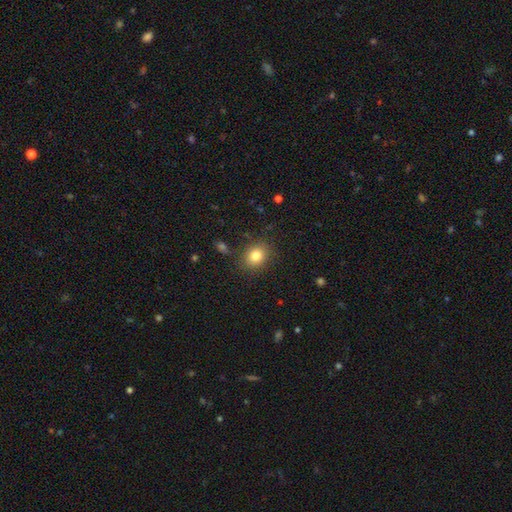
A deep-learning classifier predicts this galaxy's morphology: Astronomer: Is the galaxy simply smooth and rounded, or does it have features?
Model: smooth — 82%.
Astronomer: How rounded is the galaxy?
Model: round — 54% (runner-up: in between, 45%).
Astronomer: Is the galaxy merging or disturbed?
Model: none — 84%.